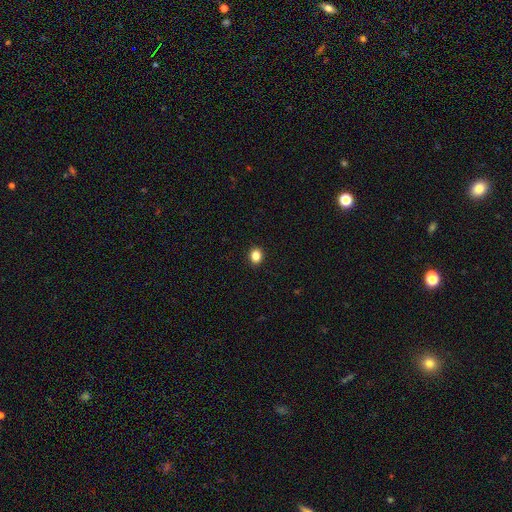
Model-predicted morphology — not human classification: type=smooth (85%); roundness=round (55%); merging=none (92%).